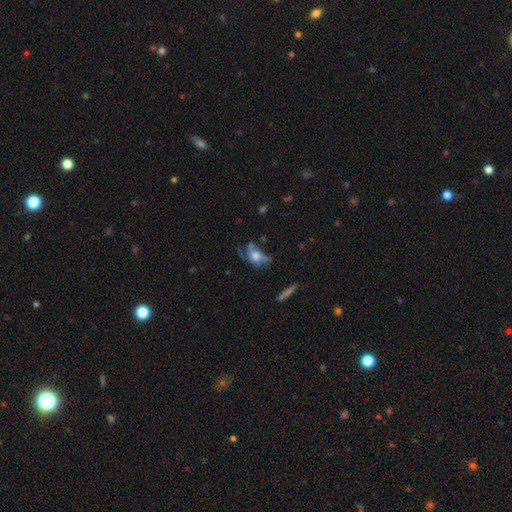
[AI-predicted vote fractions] smooth-or-featured: featured or disk: 49% | smooth: 40% | star or artifact: 11%
  merging: none: 35% | major disturbance: 33% | minor disturbance: 23% | merger: 10%